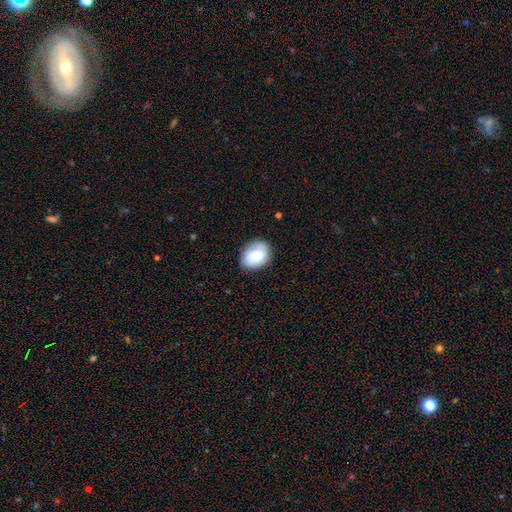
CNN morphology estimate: Smooth or featured?
  - smooth: 75% *
  - featured or disk: 17%
  - star or artifact: 8%
How rounded?
  - in between: 61% *
  - round: 39%
  - cigar-shaped: 1%
Merging?
  - none: 82% *
  - minor disturbance: 14%
  - major disturbance: 3%
  - merger: 1%